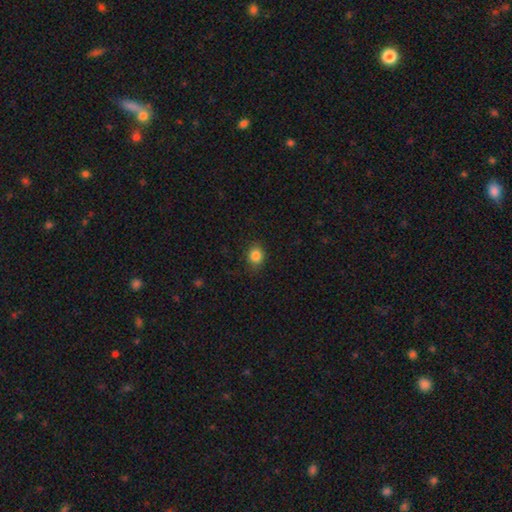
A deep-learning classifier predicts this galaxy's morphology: Smooth or featured: smooth — 85% (star or artifact — 11%)
How rounded: round — 66% (in between — 33%)
Merging: none — 85% (minor disturbance — 11%)